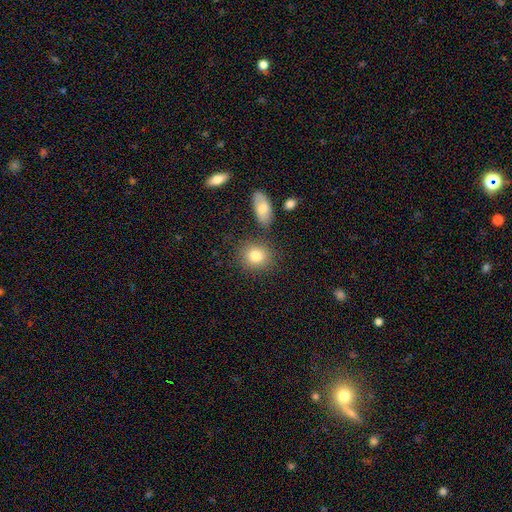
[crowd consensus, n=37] Smooth or featured? smooth (89%)
How rounded? round (79%)
Merging? none (94%)